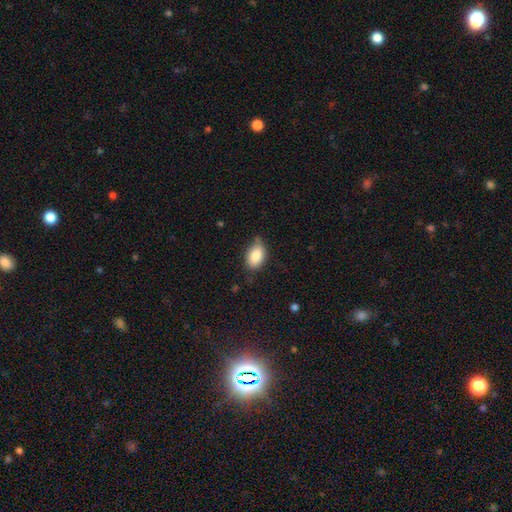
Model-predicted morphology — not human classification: This appears to be a smooth galaxy with no disk features (85%) that is in between round and cigar-shaped (90%). Merging: none (67%).